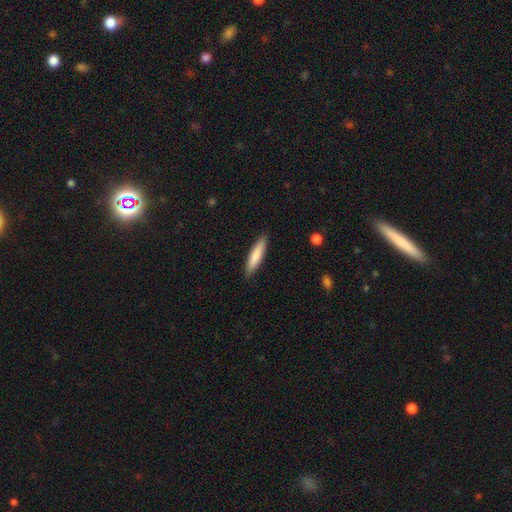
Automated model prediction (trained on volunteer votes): smooth-or-featured: smooth: 80% | featured or disk: 14% | star or artifact: 5%
  how-rounded: cigar-shaped: 83% | in between: 16% | round: 1%
  merging: none: 90% | minor disturbance: 8% | major disturbance: 2% | merger: 1%